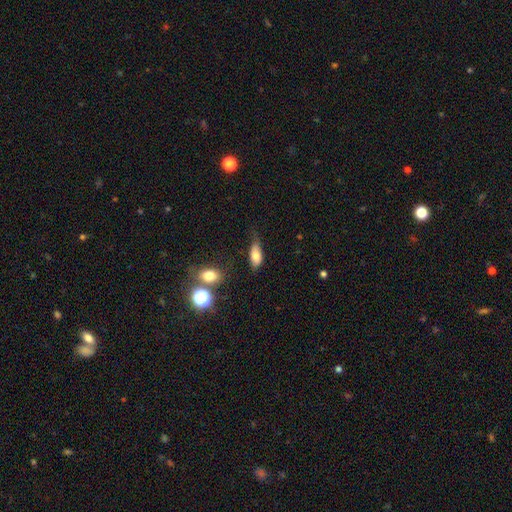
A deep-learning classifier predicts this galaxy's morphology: Q: Smooth or featured?
A: smooth (77%); runner-up: featured or disk (14%)
Q: How rounded?
A: in between (83%); runner-up: cigar-shaped (11%)
Q: Merging?
A: none (52%); runner-up: minor disturbance (33%)